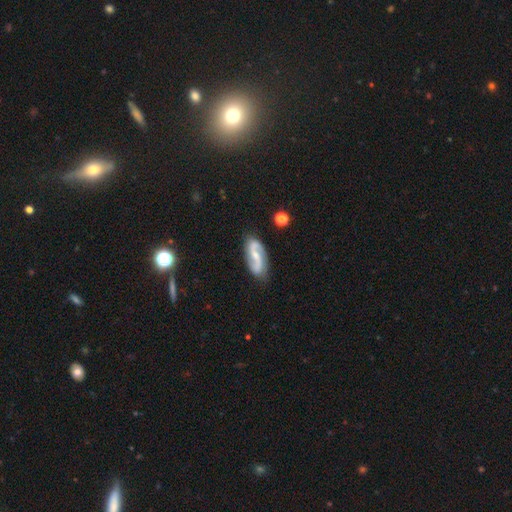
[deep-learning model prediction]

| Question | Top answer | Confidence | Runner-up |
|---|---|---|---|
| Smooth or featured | featured or disk | 84% | smooth (11%) |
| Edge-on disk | no | 96% | yes (4%) |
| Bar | weak | 42% | no (30%) |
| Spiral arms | yes | 96% | no (4%) |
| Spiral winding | loose | 52% | medium (36%) |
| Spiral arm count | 2 | 93% | can't tell (3%) |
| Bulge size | small | 57% | moderate (28%) |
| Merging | none | 83% | minor disturbance (12%) |